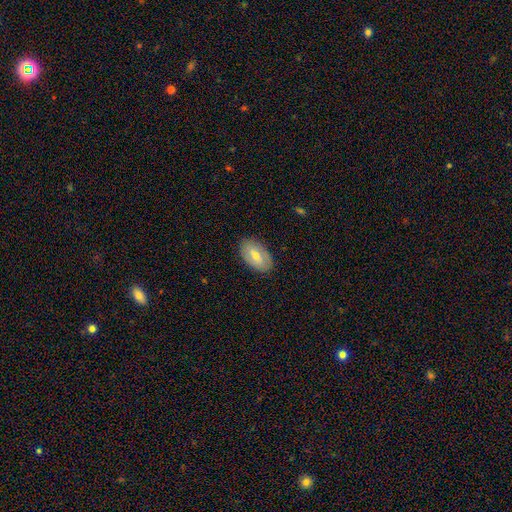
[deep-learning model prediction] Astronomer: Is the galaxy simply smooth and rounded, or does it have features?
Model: smooth — 54% (runner-up: featured or disk, 39%).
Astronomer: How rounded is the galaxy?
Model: in between — 92%.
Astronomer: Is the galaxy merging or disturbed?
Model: none — 86%.